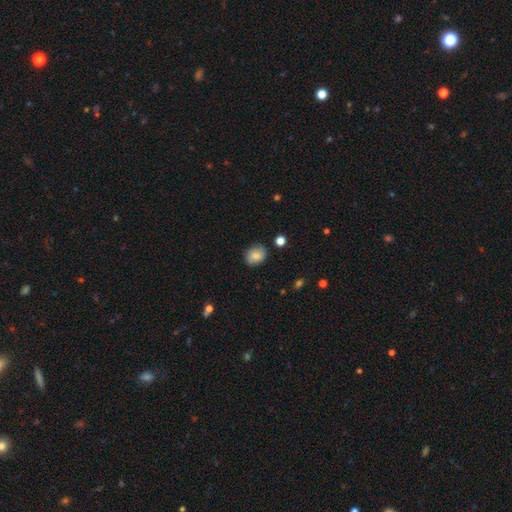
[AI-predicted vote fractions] Q: Smooth or featured?
A: smooth (76%); runner-up: featured or disk (15%)
Q: How rounded?
A: round (53%); runner-up: in between (46%)
Q: Merging?
A: none (79%); runner-up: minor disturbance (16%)